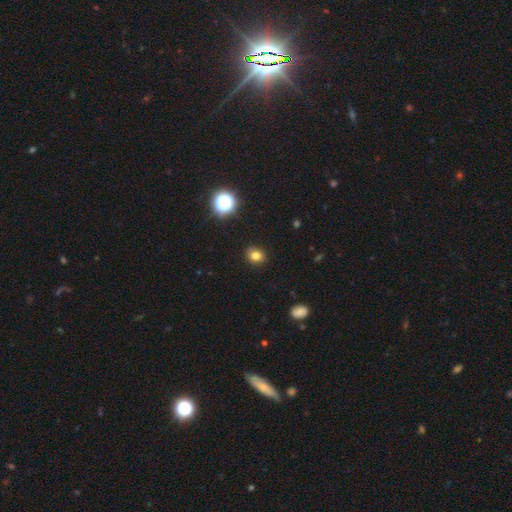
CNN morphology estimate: Smooth or featured?
  - smooth: 79% *
  - star or artifact: 15%
  - featured or disk: 6%
How rounded?
  - round: 71% *
  - in between: 28%
  - cigar-shaped: 1%
Merging?
  - none: 87% *
  - minor disturbance: 9%
  - major disturbance: 2%
  - merger: 1%